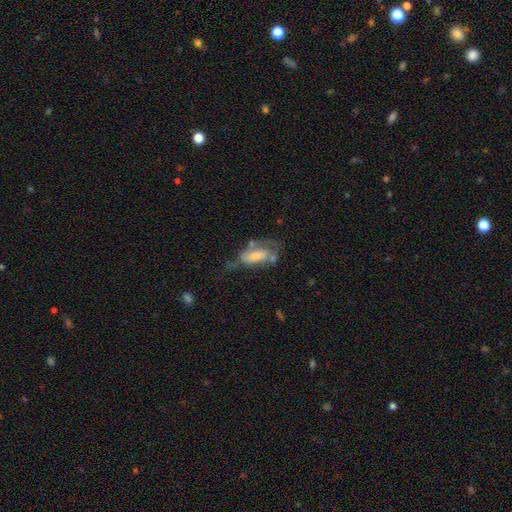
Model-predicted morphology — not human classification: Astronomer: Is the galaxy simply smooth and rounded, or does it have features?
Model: featured or disk — 57% (runner-up: smooth, 34%).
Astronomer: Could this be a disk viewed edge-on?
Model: no — 88%.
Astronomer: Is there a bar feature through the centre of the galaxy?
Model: no — 55% (runner-up: weak, 32%).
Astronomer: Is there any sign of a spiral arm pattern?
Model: yes — 61% (runner-up: no, 39%).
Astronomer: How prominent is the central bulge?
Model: moderate — 45% (runner-up: small, 35%).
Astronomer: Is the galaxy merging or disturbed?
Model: none — 33% (runner-up: major disturbance, 32%).